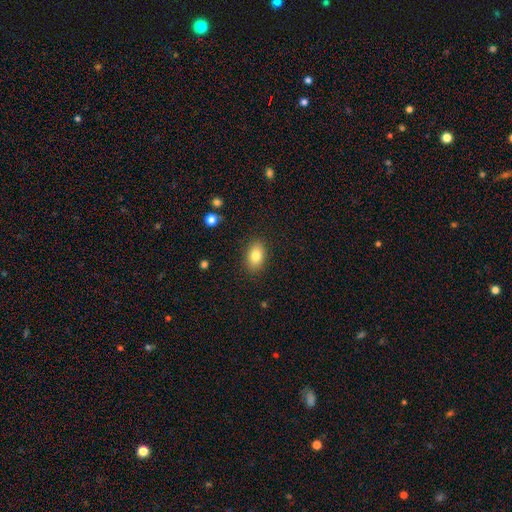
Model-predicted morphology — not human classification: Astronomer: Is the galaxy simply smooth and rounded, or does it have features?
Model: smooth — 82%.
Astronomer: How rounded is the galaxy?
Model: in between — 86%.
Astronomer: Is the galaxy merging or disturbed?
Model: none — 88%.